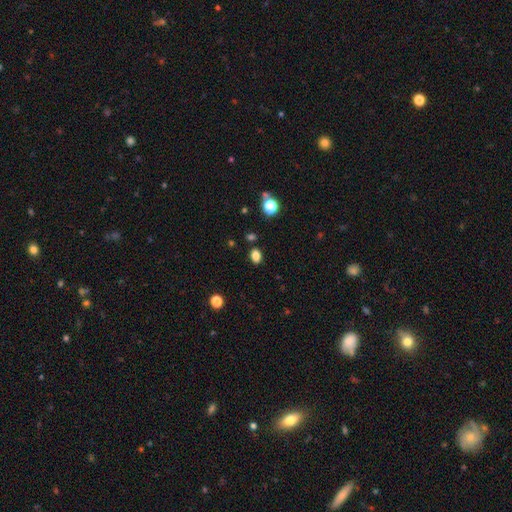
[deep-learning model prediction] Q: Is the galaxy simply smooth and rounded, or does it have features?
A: smooth — 82%.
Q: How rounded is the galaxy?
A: in between — 75%.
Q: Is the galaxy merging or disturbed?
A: none — 84%.